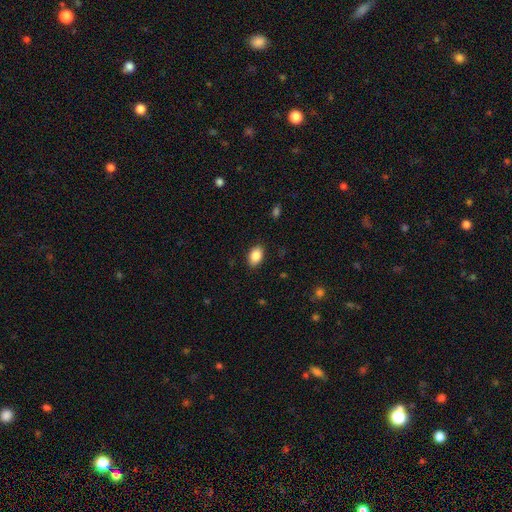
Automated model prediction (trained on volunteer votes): smooth 88%, star or artifact 8%, featured or disk 5%. Down the decision tree: how rounded — in between (88%); merging — none (87%).